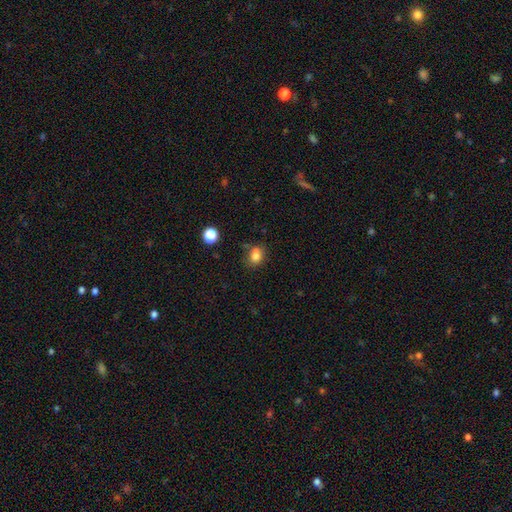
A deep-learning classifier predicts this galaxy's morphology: This is clearly a smooth galaxy (81%). How rounded: possibly in between (58%). Merging: likely none (64%).